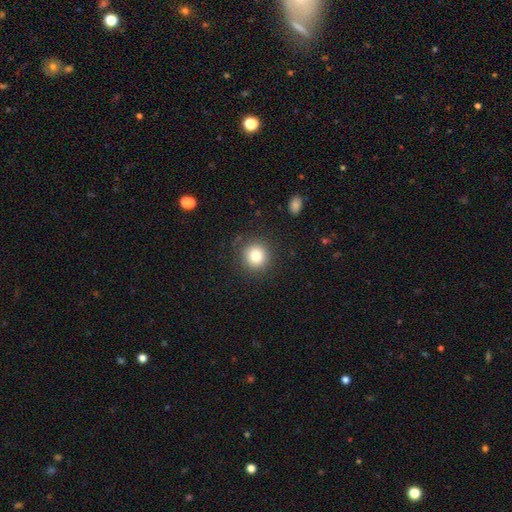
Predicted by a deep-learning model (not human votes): Smooth or featured: smooth — 80% (star or artifact — 11%)
How rounded: round — 93% (in between — 6%)
Merging: none — 88% (minor disturbance — 8%)